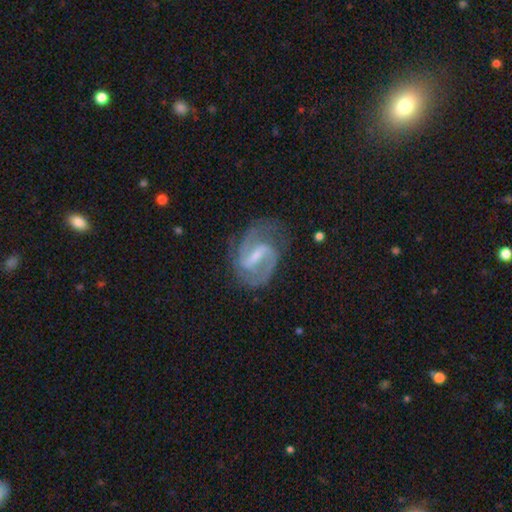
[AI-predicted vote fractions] A featured or disk galaxy (88%) with a strong bar (49%), 2 (85%) medium (53%) spiral arms (97%) and a small central bulge (50%). Merging: none (72%).